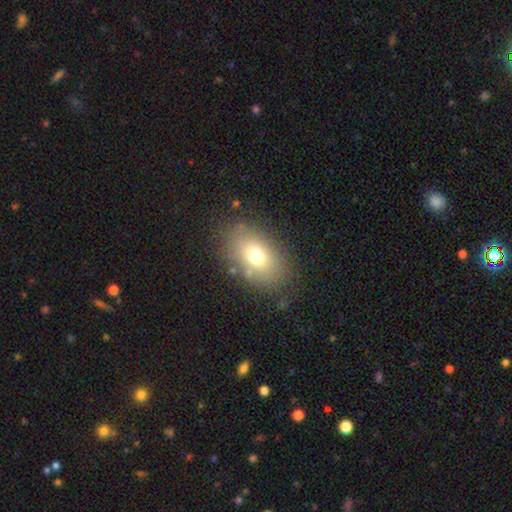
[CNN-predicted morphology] Smooth or featured? Predicted: smooth (p=0.71). How rounded? Predicted: in between (p=0.83). Merging? Predicted: none (p=0.80).